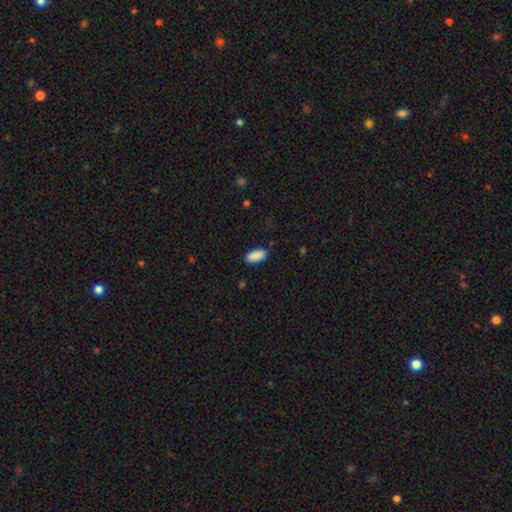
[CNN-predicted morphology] smooth-or-featured: smooth: 90% | star or artifact: 7% | featured or disk: 3%
  how-rounded: in between: 93% | cigar-shaped: 5% | round: 2%
  merging: none: 87% | minor disturbance: 10% | major disturbance: 2% | merger: 1%